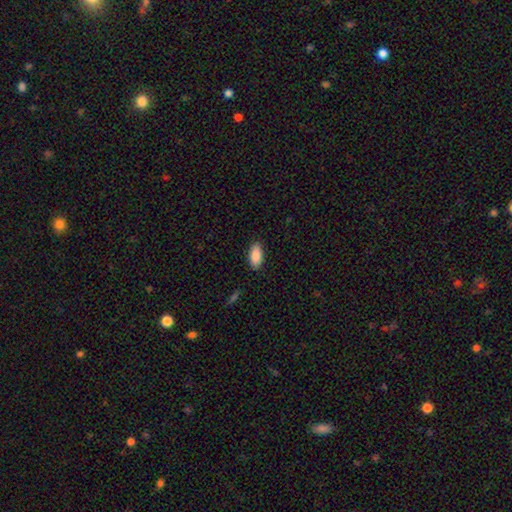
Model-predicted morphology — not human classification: Smooth or featured: smooth — 89% (star or artifact — 6%)
How rounded: in between — 91% (cigar-shaped — 7%)
Merging: none — 87% (minor disturbance — 10%)